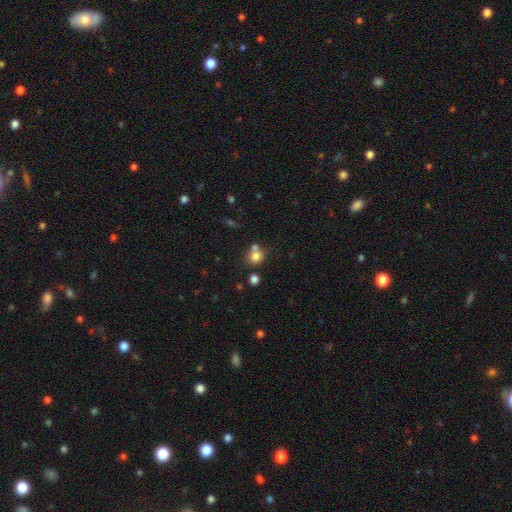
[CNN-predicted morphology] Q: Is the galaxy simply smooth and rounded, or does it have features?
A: smooth — 78%.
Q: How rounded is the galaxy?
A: round — 78%.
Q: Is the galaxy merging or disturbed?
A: none — 51%.